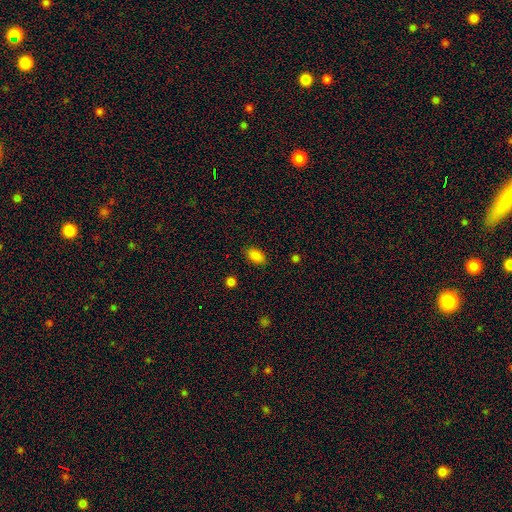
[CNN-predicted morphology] type=smooth (86%); roundness=in between (90%); merging=none (87%).